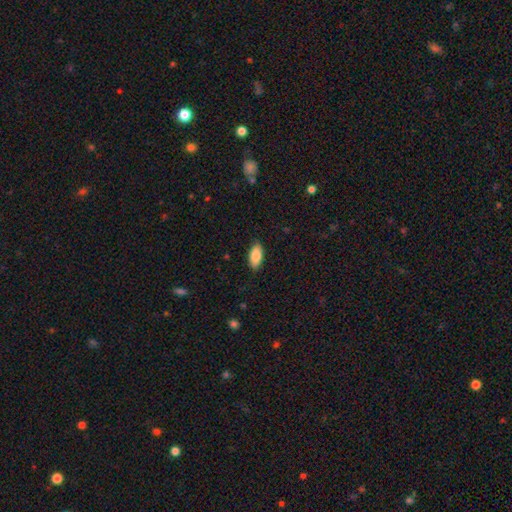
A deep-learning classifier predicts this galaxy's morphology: Smooth or featured? smooth (87%)
How rounded? in between (91%)
Merging? none (86%)